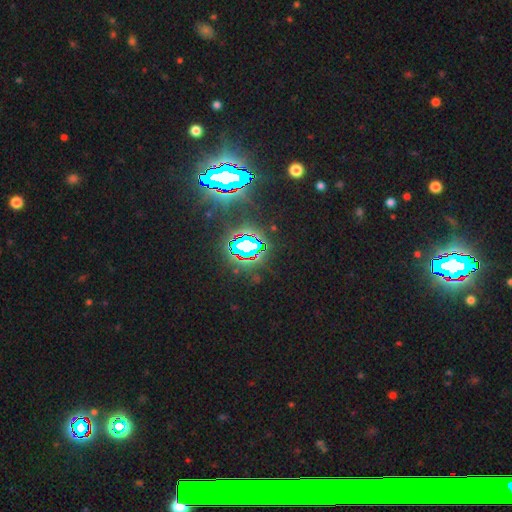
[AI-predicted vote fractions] Overall: star or artifact (84%).